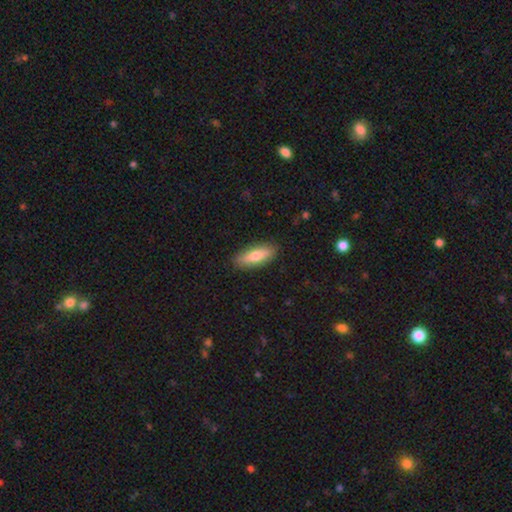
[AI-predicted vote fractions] Smooth or featured? smooth (71%)
How rounded? in between (59%)
Merging? none (88%)